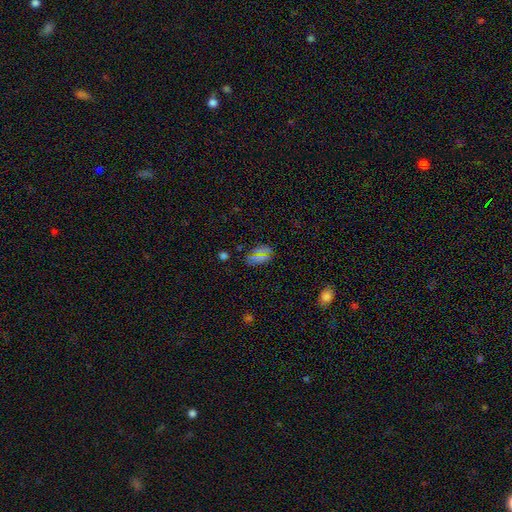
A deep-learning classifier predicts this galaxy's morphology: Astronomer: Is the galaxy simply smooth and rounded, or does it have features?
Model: smooth — 59%.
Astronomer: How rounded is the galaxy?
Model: in between — 76%.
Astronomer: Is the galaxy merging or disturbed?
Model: none — 81%.